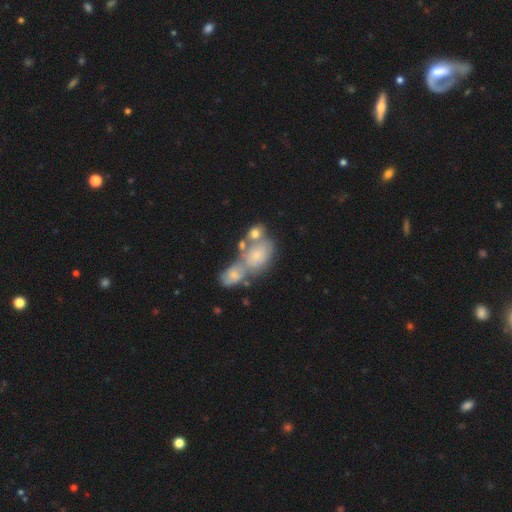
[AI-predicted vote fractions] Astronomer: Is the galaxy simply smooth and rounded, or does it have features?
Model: smooth — 47% (runner-up: featured or disk, 37%).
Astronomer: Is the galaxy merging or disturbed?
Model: merger — 63%.